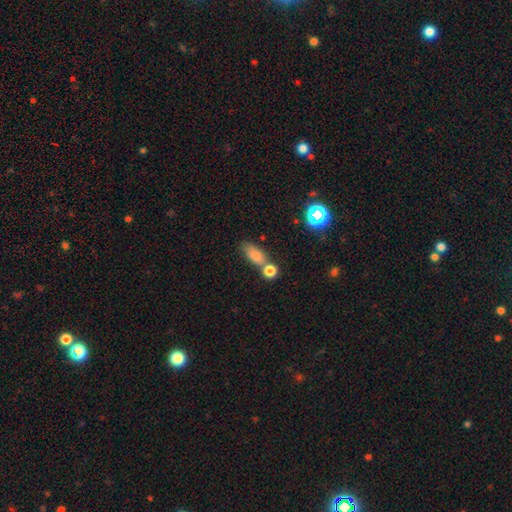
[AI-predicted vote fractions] Smooth or featured?
  - smooth: 77% *
  - star or artifact: 12%
  - featured or disk: 10%
How rounded?
  - in between: 73% *
  - cigar-shaped: 17%
  - round: 10%
Merging?
  - none: 51% *
  - merger: 30%
  - minor disturbance: 14%
  - major disturbance: 6%